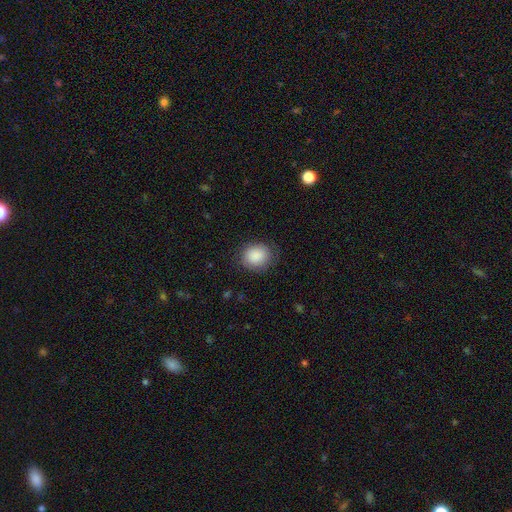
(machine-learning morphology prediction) Smooth or featured? smooth (88%)
How rounded? round (70%)
Merging? none (79%)